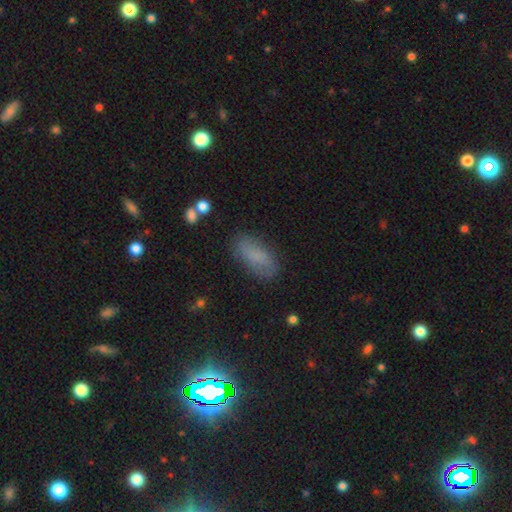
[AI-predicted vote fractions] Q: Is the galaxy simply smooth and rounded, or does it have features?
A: smooth — 70%.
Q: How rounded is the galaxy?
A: in between — 86%.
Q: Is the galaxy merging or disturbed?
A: none — 78%.